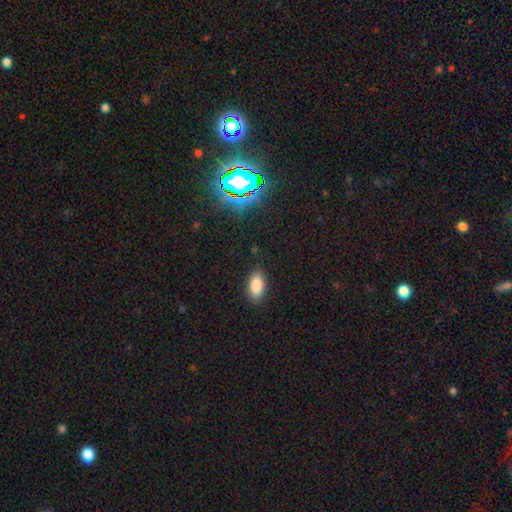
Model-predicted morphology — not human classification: Overall: star or artifact (68%).